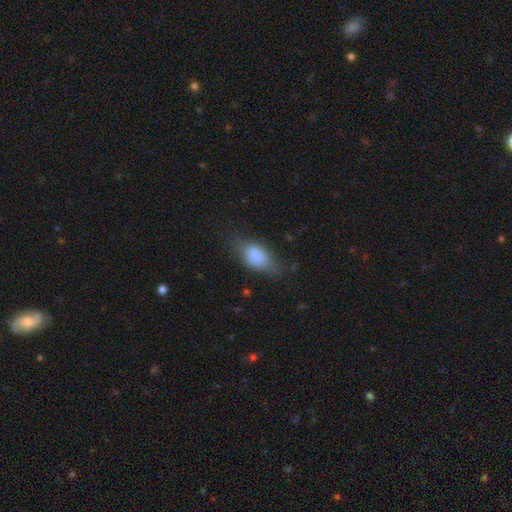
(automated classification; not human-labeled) This is likely a smooth galaxy (79%). How rounded: clearly in between (87%). Merging: possibly none (51%).